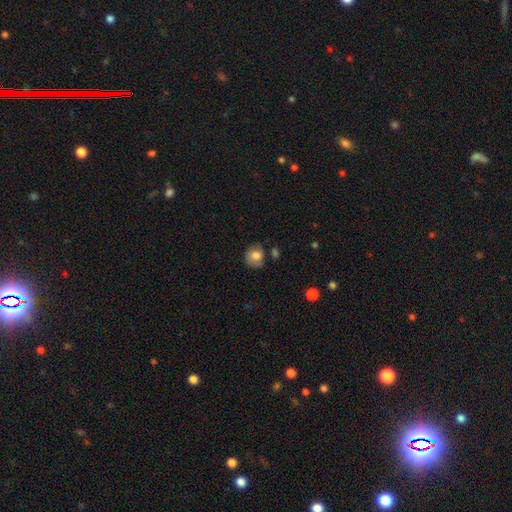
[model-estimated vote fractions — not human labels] This is likely a smooth galaxy (77%). How rounded: likely round (75%). Merging: likely none (63%).